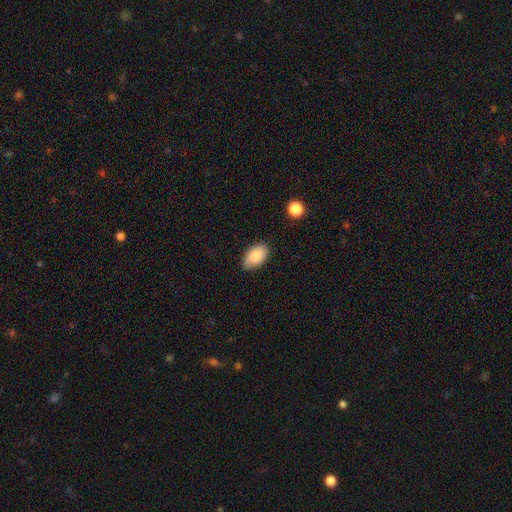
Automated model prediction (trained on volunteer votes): Smooth or featured? Predicted: smooth (p=0.85). How rounded? Predicted: in between (p=0.94). Merging? Predicted: none (p=0.79).